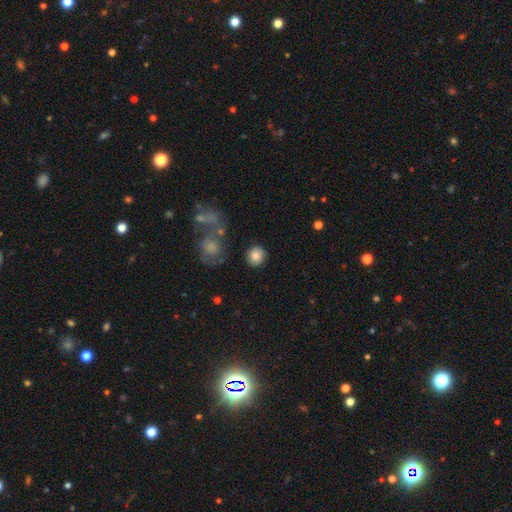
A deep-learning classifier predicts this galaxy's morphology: A smooth galaxy with no disk features (81%) that is round (90%).

Vote fractions:
- Smooth or featured? smooth: 81% / featured or disk: 10% / star or artifact: 9%
- How rounded? round: 90% / in between: 9% / cigar-shaped: 1%
- Merging? none: 85% / minor disturbance: 9% / major disturbance: 3% / merger: 3%